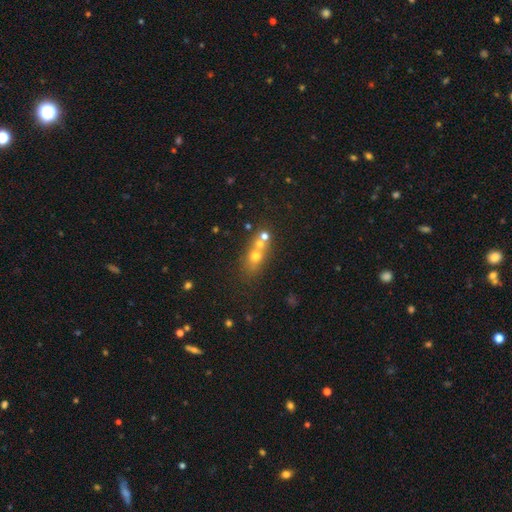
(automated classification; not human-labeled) A smooth galaxy with no disk features (55%) that is round (48%).

Vote fractions:
- Smooth or featured? smooth: 55% / featured or disk: 26% / star or artifact: 19%
- How rounded? round: 48% / in between: 45% / cigar-shaped: 8%
- Merging? merger: 43% / none: 42% / minor disturbance: 10% / major disturbance: 5%